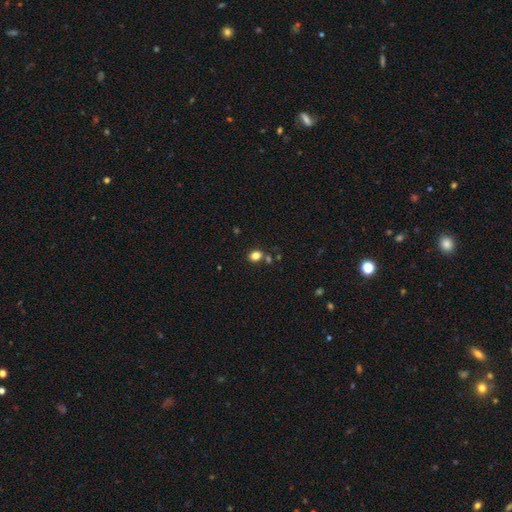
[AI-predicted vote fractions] This is clearly a smooth galaxy (80%). How rounded: possibly round (58%). Merging: likely none (74%).